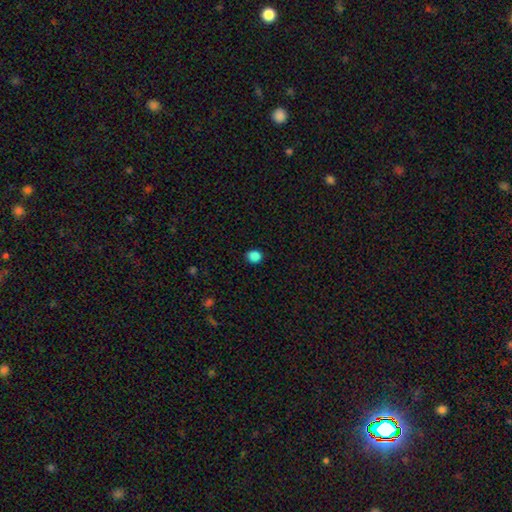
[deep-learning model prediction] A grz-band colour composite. It shows a smooth galaxy with no disk features (86%) that is round (65%). Merging: none (88%).